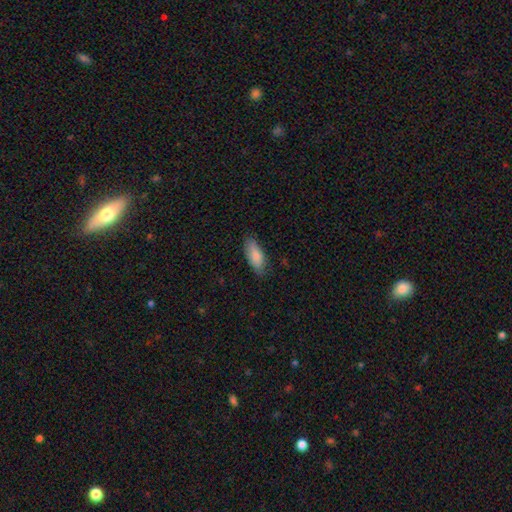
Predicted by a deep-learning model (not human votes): Smooth or featured: smooth — 86% (featured or disk — 9%)
How rounded: in between — 82% (cigar-shaped — 17%)
Merging: none — 79% (minor disturbance — 17%)